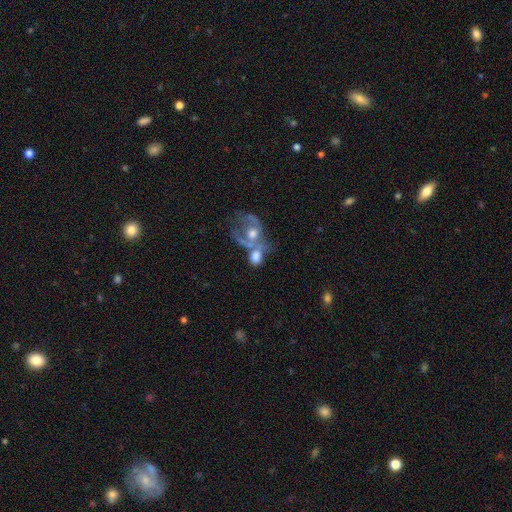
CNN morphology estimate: Smooth or featured: smooth — 53% (featured or disk — 37%)
How rounded: in between — 54% (round — 43%)
Merging: merger — 60% (none — 19%)